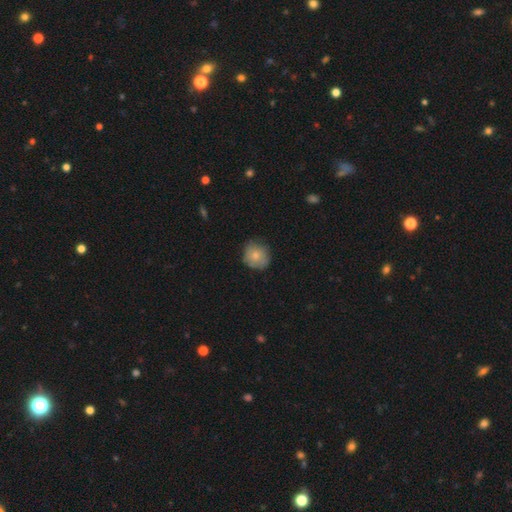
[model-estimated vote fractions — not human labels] This is likely a smooth galaxy (76%). How rounded: clearly round (85%). Merging: likely none (75%).